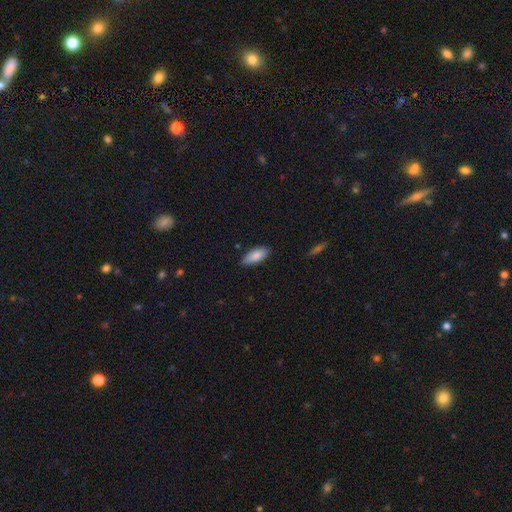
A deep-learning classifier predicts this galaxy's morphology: Overall: smooth (86%). How rounded: in between (84%). Merging: none (83%).